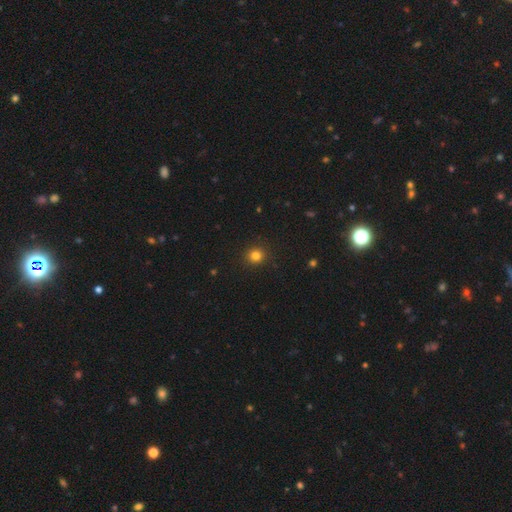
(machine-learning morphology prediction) type=smooth (82%); roundness=round (91%); merging=none (91%).